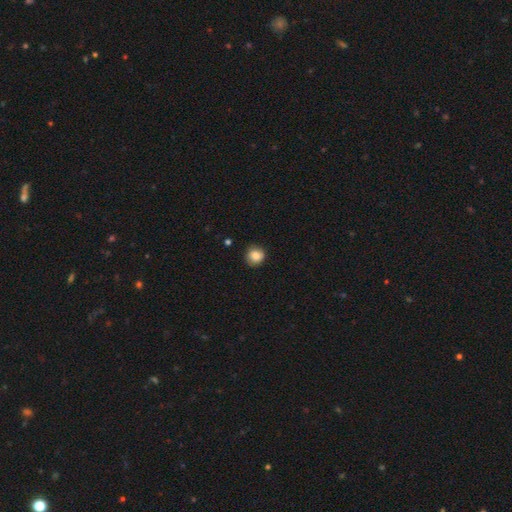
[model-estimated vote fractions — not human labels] smooth_or_featured: smooth (p=0.84) [alt: star or artifact p=0.09]
how_rounded: round (p=0.89) [alt: in between p=0.10]
merging: none (p=0.84) [alt: minor disturbance p=0.12]